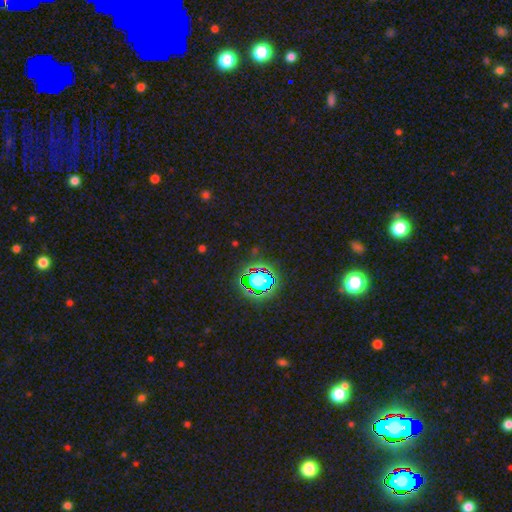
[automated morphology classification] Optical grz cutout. It shows a star or artifact, not a galaxy (77%).